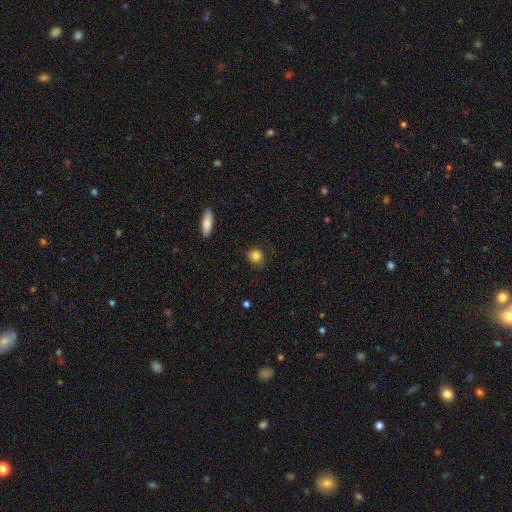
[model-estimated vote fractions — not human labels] smooth 85%, star or artifact 10%, featured or disk 5%. Down the decision tree: how rounded — round (79%); merging — none (80%).